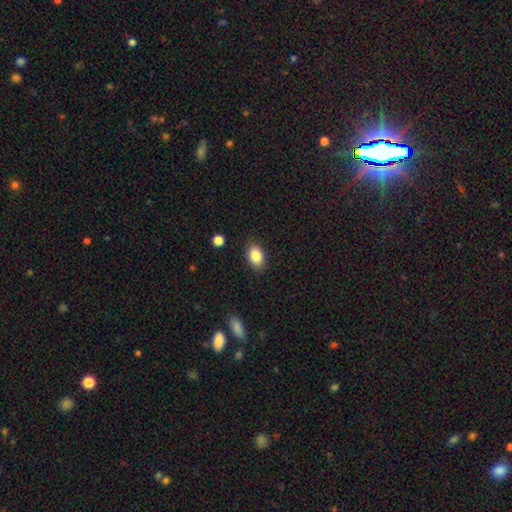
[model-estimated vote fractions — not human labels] Smooth or featured: smooth — 85% (star or artifact — 8%)
How rounded: in between — 83% (round — 15%)
Merging: none — 85% (minor disturbance — 11%)